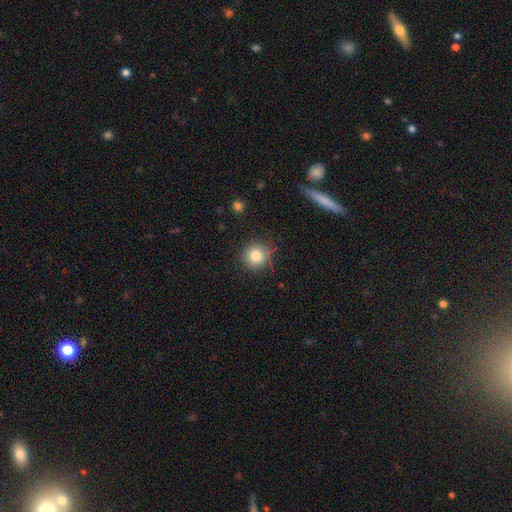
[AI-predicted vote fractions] Q: Smooth or featured?
A: smooth (81%); runner-up: star or artifact (12%)
Q: How rounded?
A: round (93%); runner-up: in between (6%)
Q: Merging?
A: none (85%); runner-up: minor disturbance (10%)